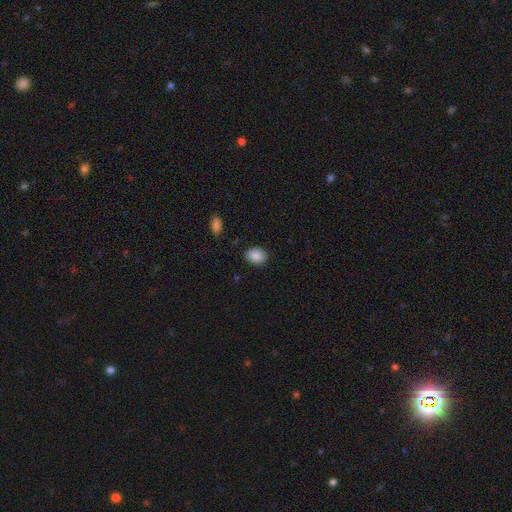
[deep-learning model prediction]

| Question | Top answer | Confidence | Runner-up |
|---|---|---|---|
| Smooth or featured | smooth | 88% | star or artifact (8%) |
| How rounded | in between | 71% | round (28%) |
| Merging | none | 86% | minor disturbance (10%) |